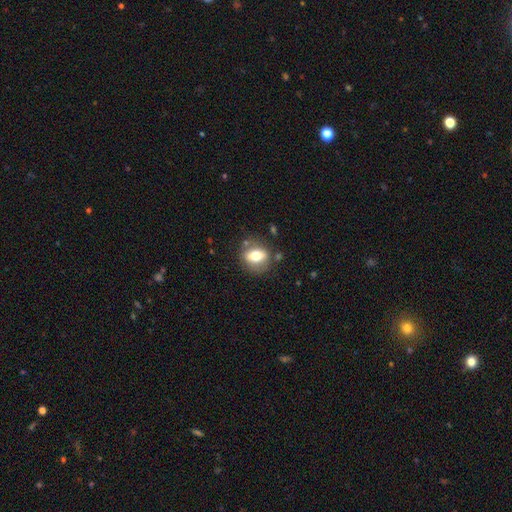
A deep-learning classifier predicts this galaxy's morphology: Smooth or featured: smooth — 63% (featured or disk — 29%)
How rounded: in between — 56% (round — 41%)
Merging: none — 76% (minor disturbance — 14%)